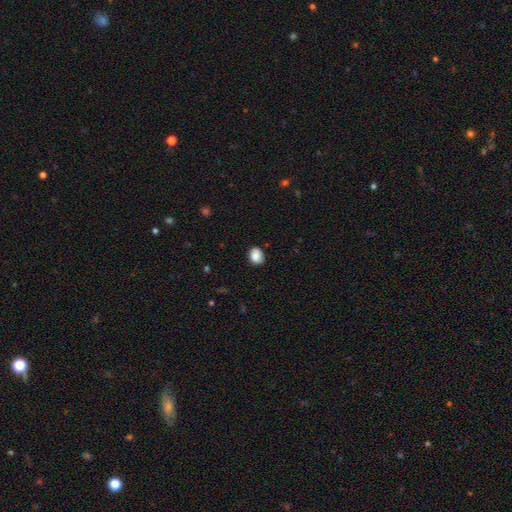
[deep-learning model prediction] This appears to be a smooth galaxy with no disk features (88%) that is round (53%). Merging: none (85%).